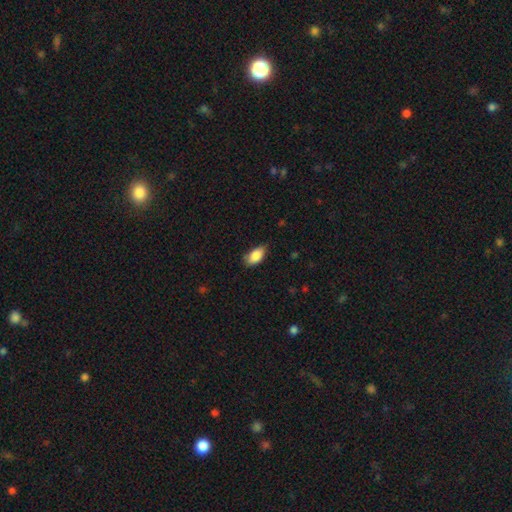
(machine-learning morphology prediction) Overall: smooth (86%). How rounded: in between (92%). Merging: none (68%).